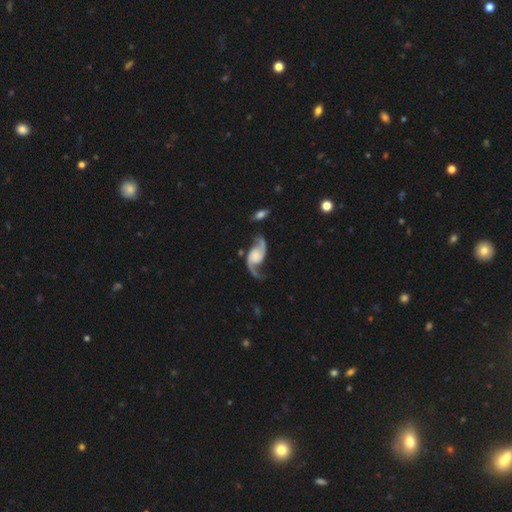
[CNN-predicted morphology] A featured or disk galaxy (91%) with no bar (64%), 2 (93%) loose (67%) spiral arms (98%) and a small central bulge (36%).

Vote fractions:
- Smooth or featured? featured or disk: 91% / smooth: 5% / star or artifact: 4%
- Edge-on disk? no: 97% / yes: 3%
- Bar? no: 64% / weak: 27% / strong: 9%
- Spiral arms? yes: 98% / no: 2%
- Spiral winding? loose: 67% / medium: 26% / tight: 6%
- Spiral arm count? 2: 93% / 1: 3% / can't tell: 1% / 3: 1% / 4: 1% / more than 4: 1%
- Bulge size? small: 36% / none: 25% / moderate: 22% / large: 12% / dominant: 4%
- Merging? none: 67% / minor disturbance: 17% / major disturbance: 11% / merger: 4%